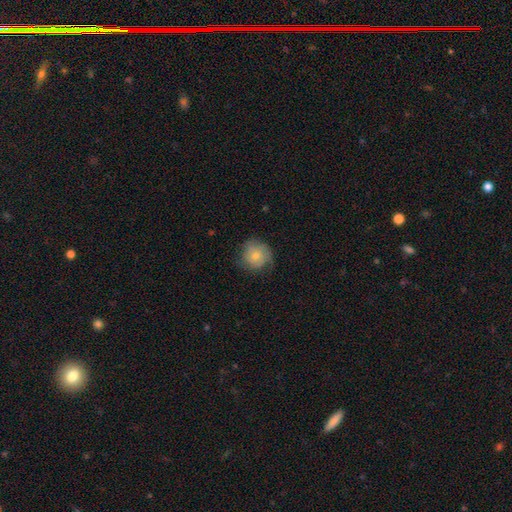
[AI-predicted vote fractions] This is possibly a smooth galaxy (57%). How rounded: clearly round (89%). Merging: likely none (67%).